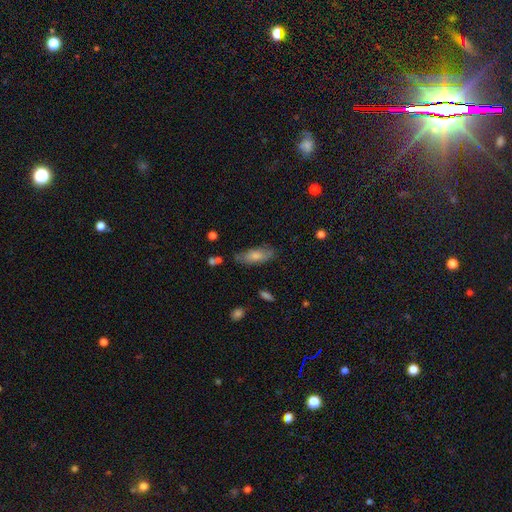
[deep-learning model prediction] smooth_or_featured: smooth (p=0.74) [alt: featured or disk p=0.19]
how_rounded: in between (p=0.74) [alt: cigar-shaped p=0.24]
merging: none (p=0.66) [alt: minor disturbance p=0.24]